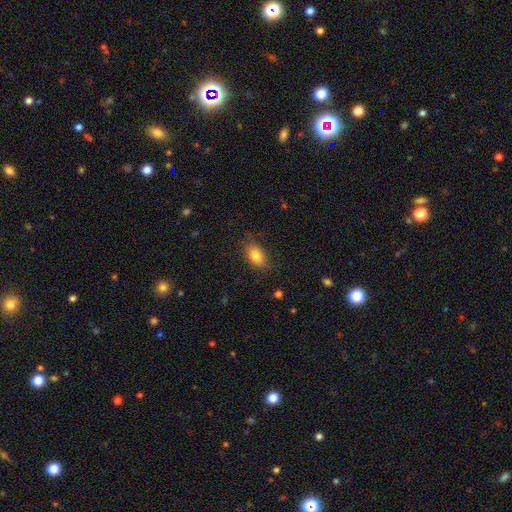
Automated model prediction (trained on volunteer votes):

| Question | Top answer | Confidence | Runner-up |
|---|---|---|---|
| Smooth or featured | smooth | 81% | featured or disk (10%) |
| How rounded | in between | 85% | round (11%) |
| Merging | none | 75% | minor disturbance (19%) |